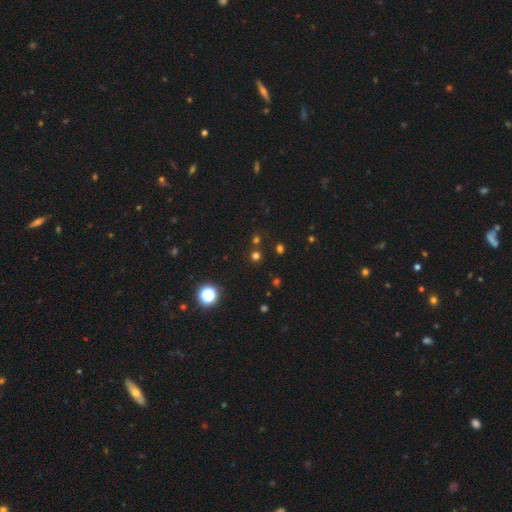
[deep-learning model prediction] smooth 57%, star or artifact 37%, featured or disk 5%. Down the decision tree: how rounded — round (93%); merging — none (81%).